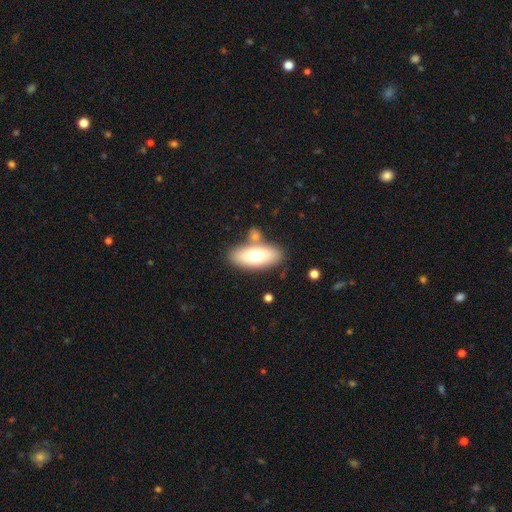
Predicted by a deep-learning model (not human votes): A smooth galaxy with no disk features (68%) that is in between round and cigar-shaped (82%).

Vote fractions:
- Smooth or featured? smooth: 68% / featured or disk: 25% / star or artifact: 7%
- How rounded? in between: 82% / cigar-shaped: 15% / round: 3%
- Merging? none: 73% / minor disturbance: 12% / merger: 11% / major disturbance: 4%